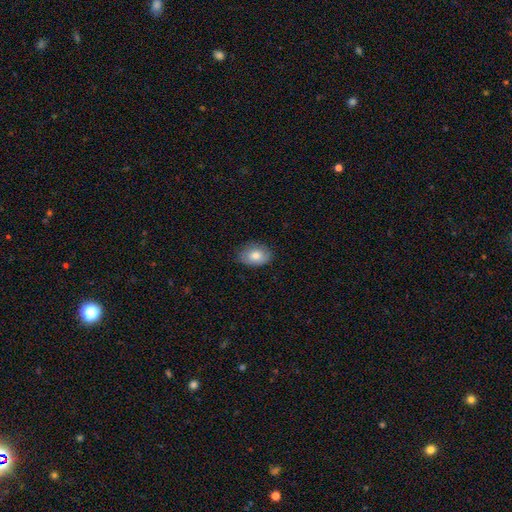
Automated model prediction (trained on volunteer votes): This appears to be a smooth galaxy with no disk features (77%) that is in between round and cigar-shaped (80%). Merging: none (78%).